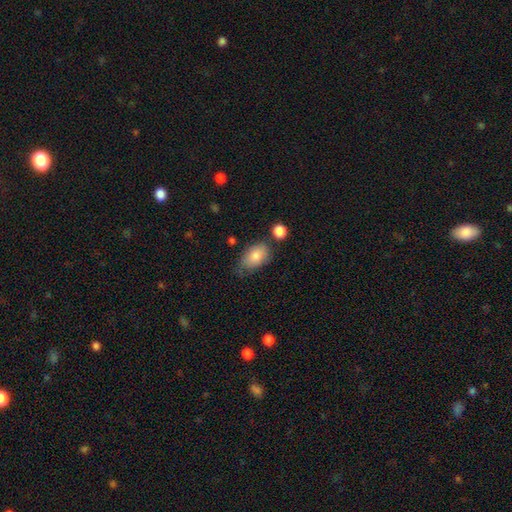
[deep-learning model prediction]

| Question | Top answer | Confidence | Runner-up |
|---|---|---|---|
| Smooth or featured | smooth | 82% | featured or disk (11%) |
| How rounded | in between | 90% | round (9%) |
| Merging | none | 59% | minor disturbance (28%) |